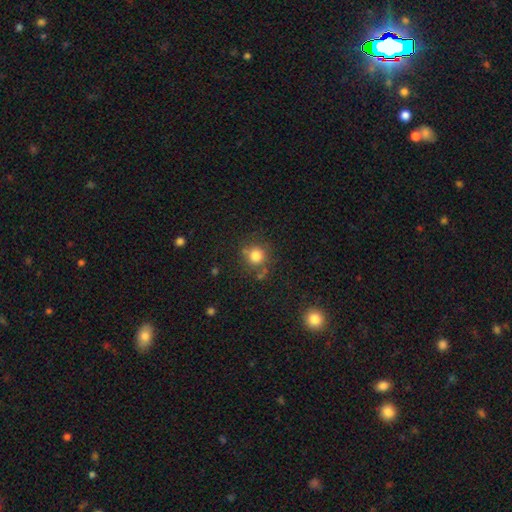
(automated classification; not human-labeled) smooth 80%, star or artifact 13%, featured or disk 7%. Down the decision tree: how rounded — round (90%); merging — none (73%).